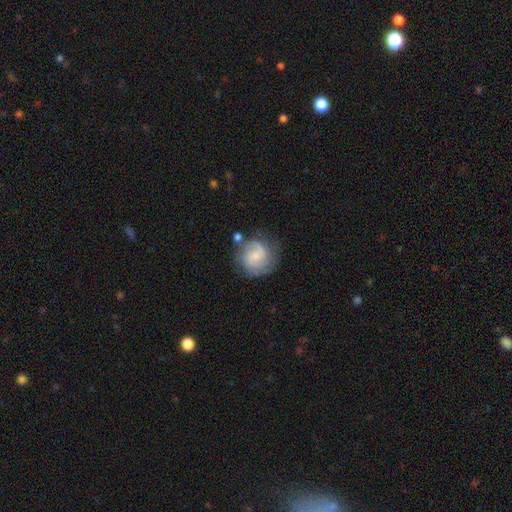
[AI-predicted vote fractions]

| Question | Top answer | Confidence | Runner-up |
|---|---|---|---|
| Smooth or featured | featured or disk | 64% | smooth (29%) |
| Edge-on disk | no | 98% | yes (2%) |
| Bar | no | 54% | weak (40%) |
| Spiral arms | yes | 92% | no (8%) |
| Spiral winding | medium | 43% | tight (37%) |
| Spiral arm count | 2 | 60% | can't tell (17%) |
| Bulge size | small | 57% | moderate (21%) |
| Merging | none | 64% | minor disturbance (19%) |